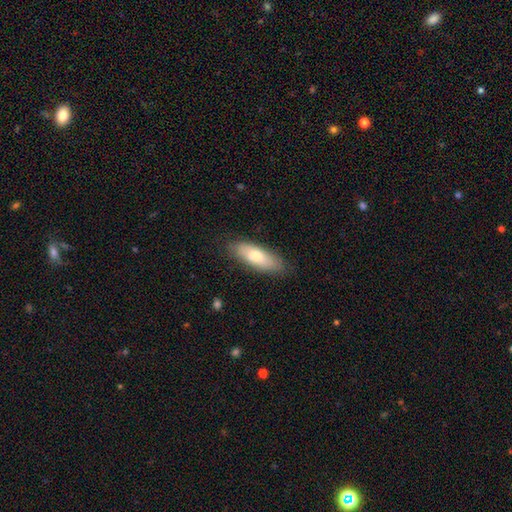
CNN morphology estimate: This is likely a smooth galaxy (70%). How rounded: likely in between (62%). Merging: clearly none (85%).